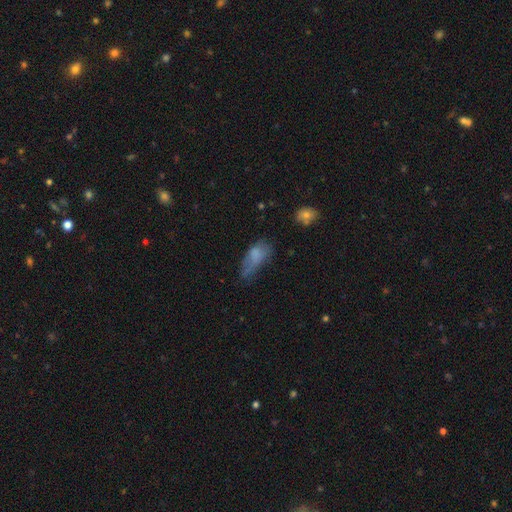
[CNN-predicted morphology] The model was most divided on "merging": minor disturbance: 35%, major disturbance: 31%, none: 29%, merger: 5%. More confident: how rounded — in between (83%); smooth or featured — smooth (69%).